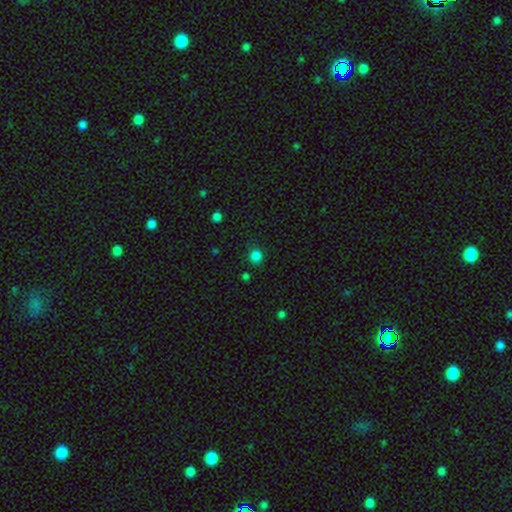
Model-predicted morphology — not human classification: smooth_or_featured: smooth (p=0.83) [alt: star or artifact p=0.14]
how_rounded: round (p=0.86) [alt: in between p=0.13]
merging: none (p=0.87) [alt: minor disturbance p=0.09]